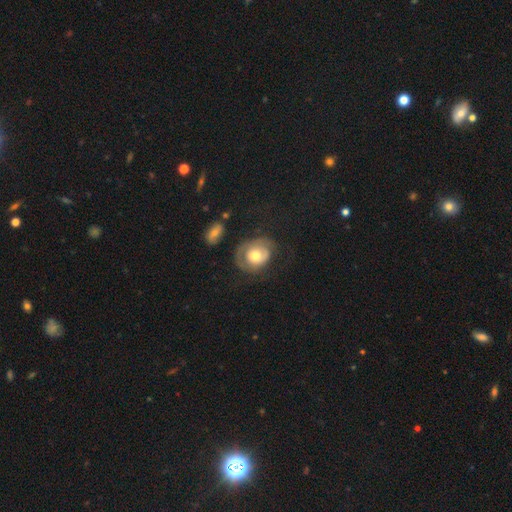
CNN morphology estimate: Smooth or featured?
  - featured or disk: 49% *
  - smooth: 44%
  - star or artifact: 7%
Merging?
  - none: 47% *
  - major disturbance: 25%
  - minor disturbance: 25%
  - merger: 3%